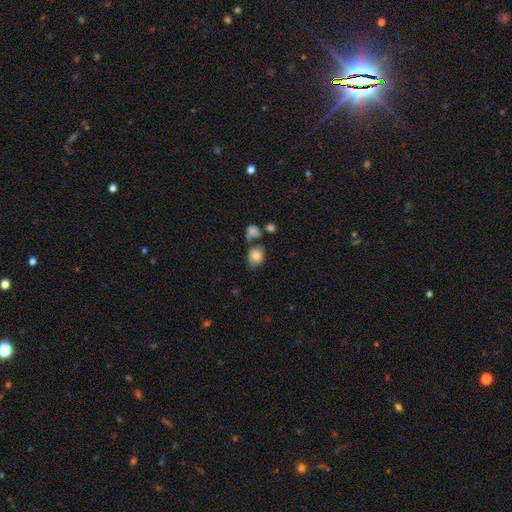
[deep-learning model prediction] This appears to be a smooth galaxy with no disk features (80%) that is in between round and cigar-shaped (63%). Merging: none (54%).